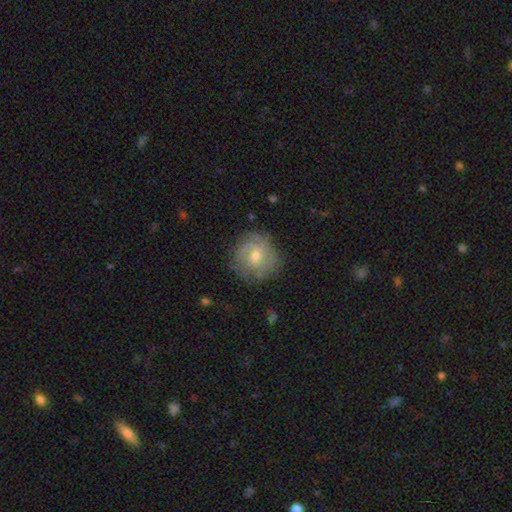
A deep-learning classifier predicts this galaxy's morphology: A featured or disk galaxy (64%) with no bar (68%), tight (59%) spiral arms (85%) and a moderate central bulge (54%).

Vote fractions:
- Smooth or featured? featured or disk: 64% / smooth: 29% / star or artifact: 8%
- Edge-on disk? no: 97% / yes: 3%
- Bar? no: 68% / weak: 28% / strong: 4%
- Spiral arms? yes: 85% / no: 15%
- Spiral winding? tight: 59% / medium: 30% / loose: 11%
- Spiral arm count? can't tell: 41% / 2: 23% / 3: 18% / 1: 8% / 4: 6% / more than 4: 4%
- Bulge size? moderate: 54% / small: 42% / large: 2% / none: 1% / dominant: 1%
- Merging? none: 73% / minor disturbance: 18% / major disturbance: 7% / merger: 2%